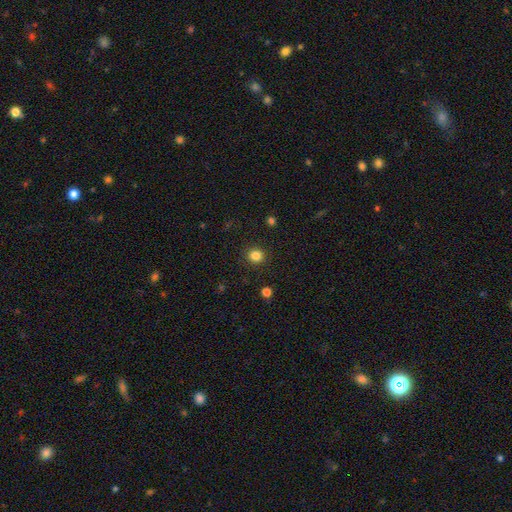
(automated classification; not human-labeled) smooth 84%, star or artifact 12%, featured or disk 4%. Down the decision tree: how rounded — round (90%); merging — none (91%).